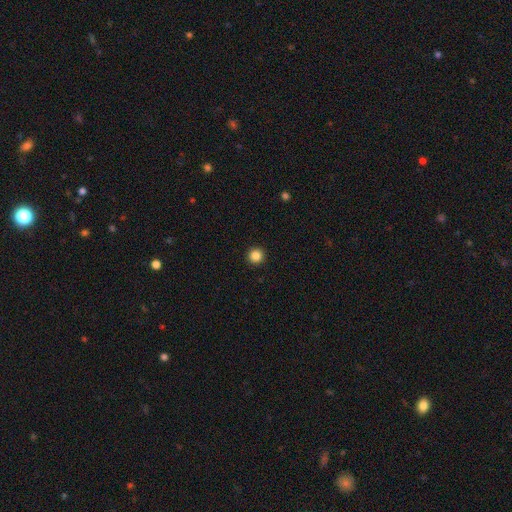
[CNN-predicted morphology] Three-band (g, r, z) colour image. It shows a smooth galaxy with no disk features (86%) that is round (96%). Merging: none (94%).